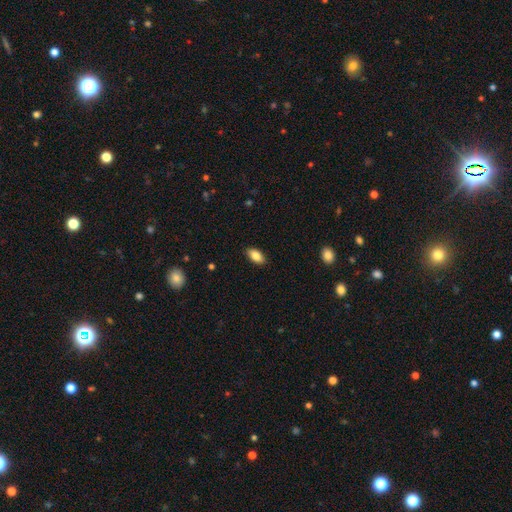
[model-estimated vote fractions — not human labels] smooth 85%, featured or disk 8%, star or artifact 7%. Down the decision tree: how rounded — in between (92%); merging — none (88%).